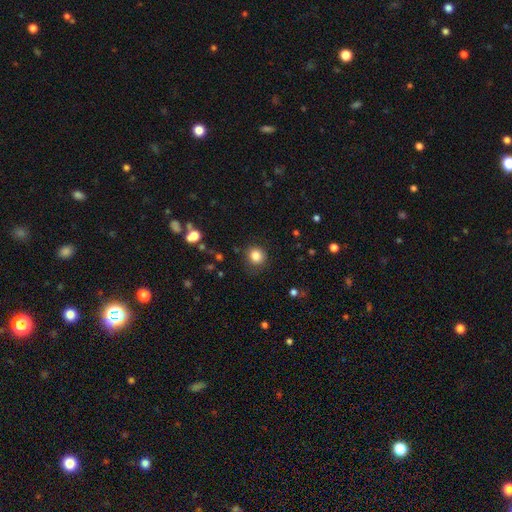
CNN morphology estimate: Smooth or featured? smooth (83%)
How rounded? round (86%)
Merging? none (83%)